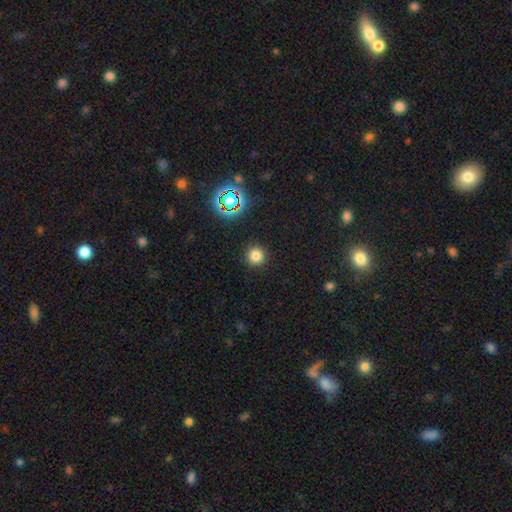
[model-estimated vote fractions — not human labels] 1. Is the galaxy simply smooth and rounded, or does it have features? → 77% smooth, 18% star or artifact, 5% featured or disk.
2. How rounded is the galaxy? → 95% round, 4% in between, 1% cigar-shaped.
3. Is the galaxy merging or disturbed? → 91% none, 5% minor disturbance, 2% major disturbance, 1% merger.